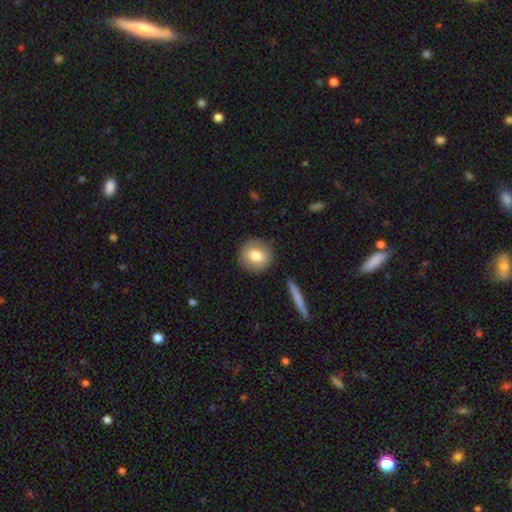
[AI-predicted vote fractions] smooth_or_featured: smooth (p=0.76) [alt: featured or disk p=0.16]
how_rounded: round (p=0.84) [alt: in between p=0.14]
merging: none (p=0.87) [alt: minor disturbance p=0.08]